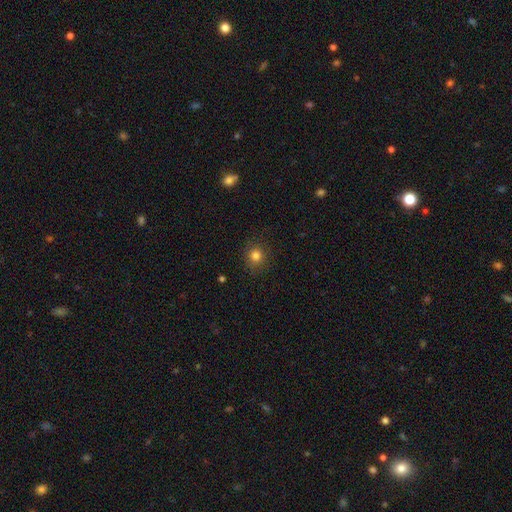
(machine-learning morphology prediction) smooth-or-featured: smooth: 81% | star or artifact: 13% | featured or disk: 6%
  how-rounded: round: 88% | in between: 11% | cigar-shaped: 1%
  merging: none: 87% | minor disturbance: 9% | major disturbance: 3% | merger: 1%